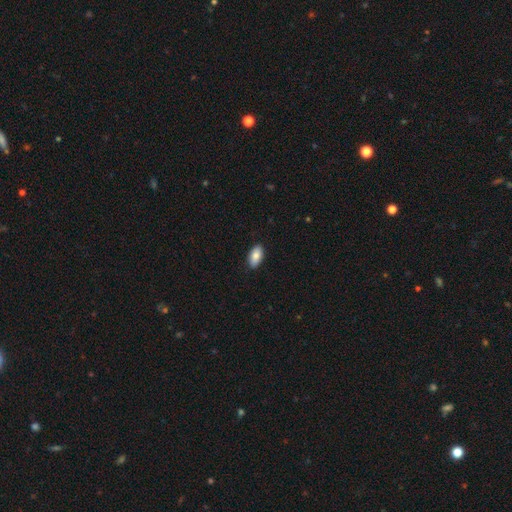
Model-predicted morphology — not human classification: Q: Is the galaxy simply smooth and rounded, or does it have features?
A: smooth — 83%.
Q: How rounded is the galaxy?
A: in between — 93%.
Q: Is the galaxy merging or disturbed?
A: none — 88%.